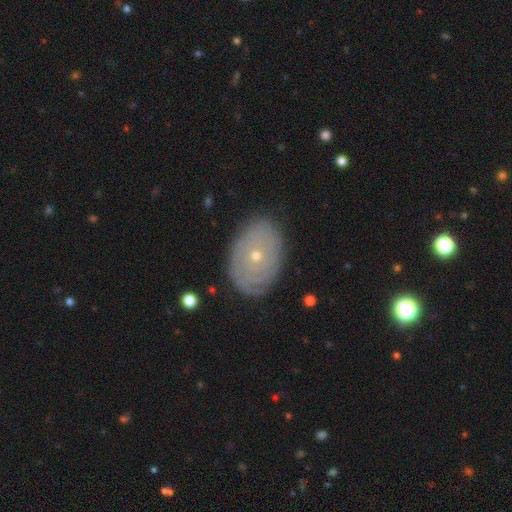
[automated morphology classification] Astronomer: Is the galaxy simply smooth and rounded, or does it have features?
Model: featured or disk — 53% (runner-up: smooth, 37%).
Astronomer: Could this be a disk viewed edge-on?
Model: no — 93%.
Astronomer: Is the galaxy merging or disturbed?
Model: none — 84%.